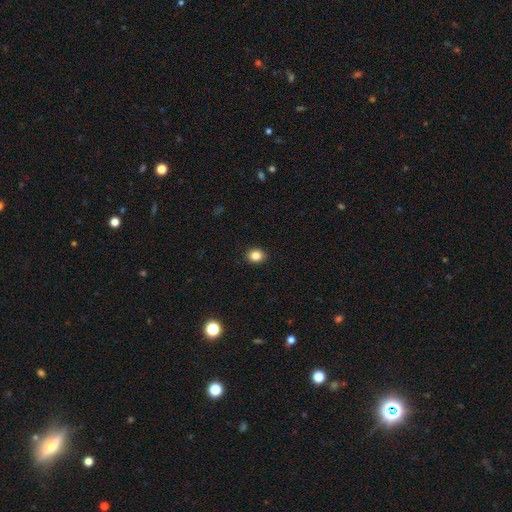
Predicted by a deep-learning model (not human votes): A smooth galaxy with no disk features (85%) that is round (61%).

Vote fractions:
- Smooth or featured? smooth: 85% / star or artifact: 10% / featured or disk: 5%
- How rounded? round: 61% / in between: 38% / cigar-shaped: 1%
- Merging? none: 92% / minor disturbance: 6% / major disturbance: 2% / merger: 1%